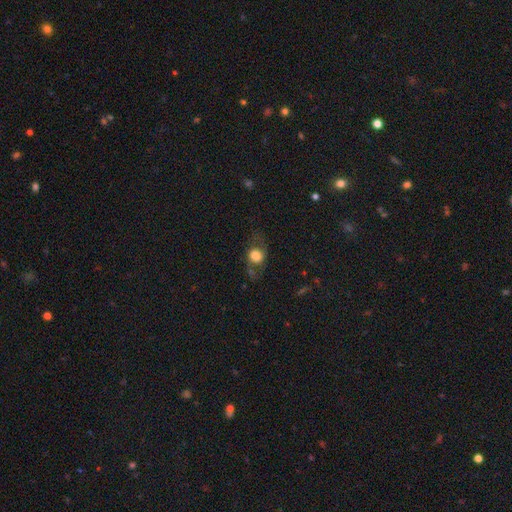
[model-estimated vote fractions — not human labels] Smooth or featured: smooth — 59% (featured or disk — 32%)
How rounded: round — 63% (in between — 35%)
Merging: none — 60% (minor disturbance — 20%)